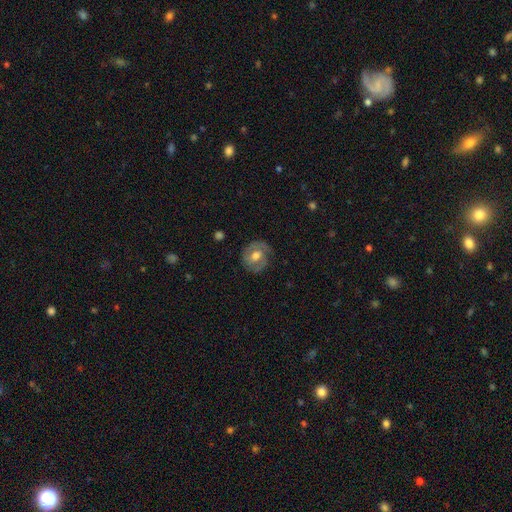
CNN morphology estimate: Overall: featured or disk (68%). Edge-on disk: no (97%). Bar: no (47%; weak 42%). Spiral arms: yes (84%). Spiral arm count: 2 (71%). Spiral winding: tight (51%; medium 38%). Bulge size: moderate (70%). Merging: none (77%).